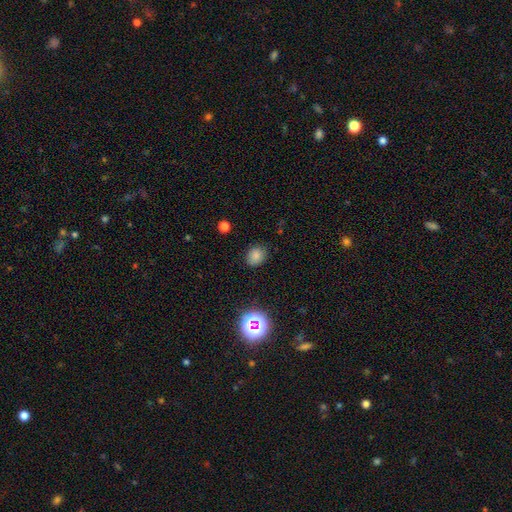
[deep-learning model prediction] Q: Smooth or featured?
A: smooth (78%); runner-up: star or artifact (16%)
Q: How rounded?
A: round (58%); runner-up: in between (41%)
Q: Merging?
A: none (83%); runner-up: minor disturbance (12%)